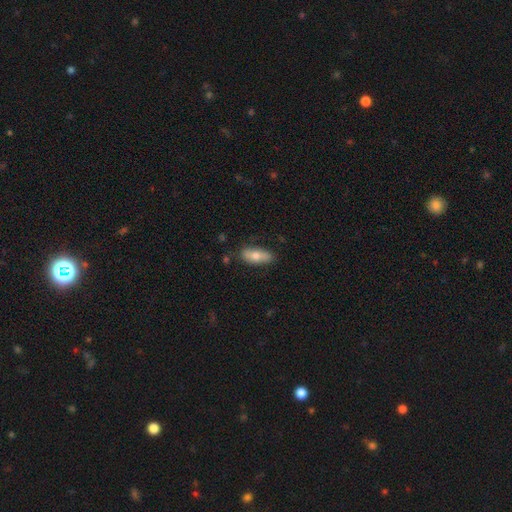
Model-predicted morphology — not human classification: smooth 67%, featured or disk 26%, star or artifact 6%. Down the decision tree: how rounded — in between (79%); merging — none (77%).